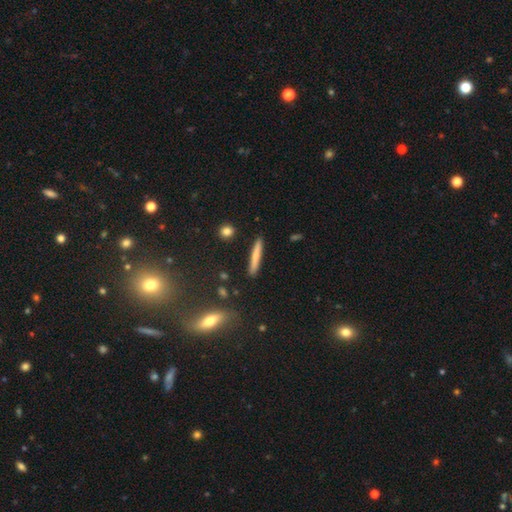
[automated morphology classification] smooth_or_featured: smooth (p=0.68) [alt: featured or disk p=0.25]
how_rounded: cigar-shaped (p=0.94) [alt: in between p=0.05]
merging: none (p=0.89) [alt: minor disturbance p=0.08]